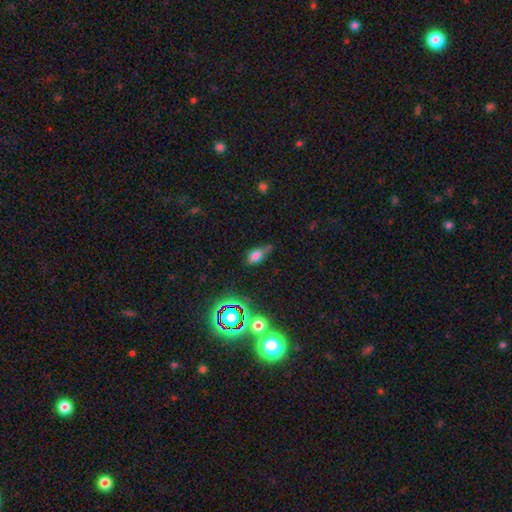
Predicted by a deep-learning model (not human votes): Smooth or featured? smooth (67%)
How rounded? in between (76%)
Merging? none (42%)